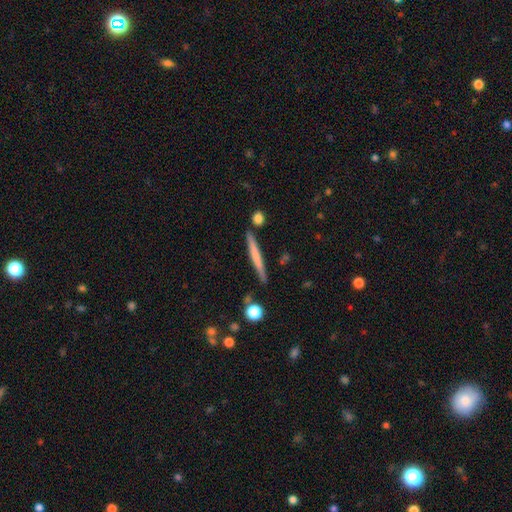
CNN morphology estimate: smooth 54%, featured or disk 40%, star or artifact 6%. Down the decision tree: how rounded — cigar-shaped (96%); merging — none (85%).